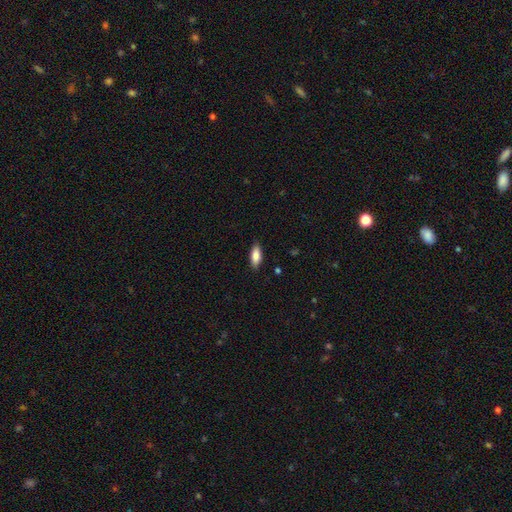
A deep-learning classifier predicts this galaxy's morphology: Q: Smooth or featured?
A: smooth (84%); runner-up: featured or disk (9%)
Q: How rounded?
A: in between (77%); runner-up: cigar-shaped (21%)
Q: Merging?
A: none (88%); runner-up: minor disturbance (9%)